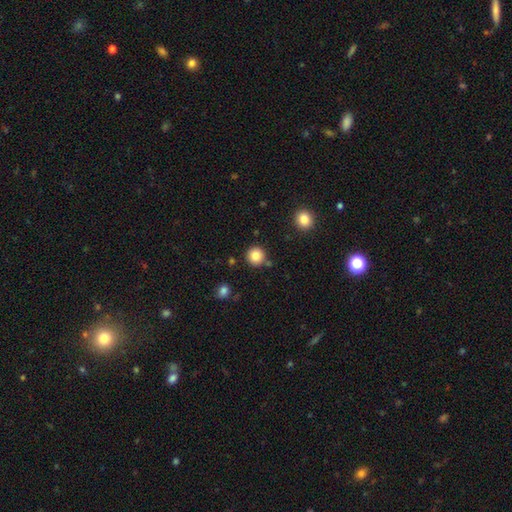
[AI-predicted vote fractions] Smooth or featured?
  - smooth: 84% *
  - star or artifact: 10%
  - featured or disk: 6%
How rounded?
  - round: 95% *
  - in between: 4%
  - cigar-shaped: 1%
Merging?
  - none: 86% *
  - minor disturbance: 7%
  - merger: 5%
  - major disturbance: 2%